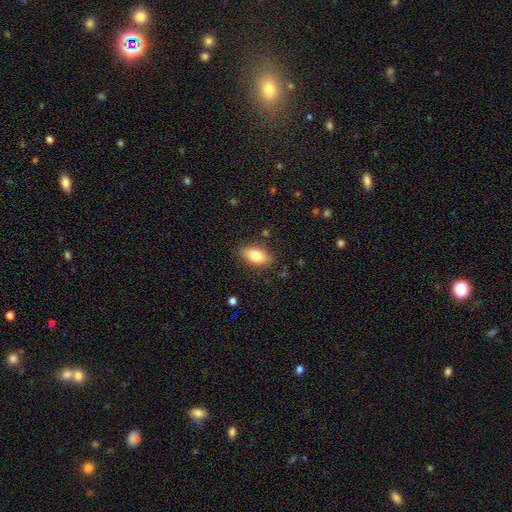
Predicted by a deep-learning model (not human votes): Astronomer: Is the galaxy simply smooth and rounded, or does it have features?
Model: smooth — 78%.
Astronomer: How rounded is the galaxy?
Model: in between — 88%.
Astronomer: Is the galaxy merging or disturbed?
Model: none — 85%.